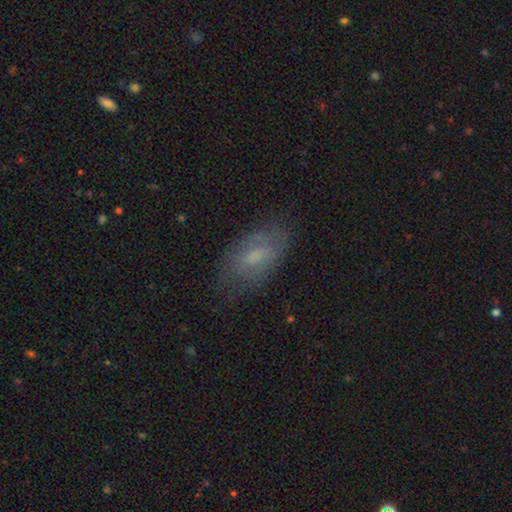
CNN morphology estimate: A smooth galaxy with no disk features (56%) that is in between round and cigar-shaped (88%).

Vote fractions:
- Smooth or featured? smooth: 56% / featured or disk: 35% / star or artifact: 9%
- How rounded? in between: 88% / cigar-shaped: 8% / round: 4%
- Merging? none: 68% / minor disturbance: 22% / major disturbance: 9% / merger: 1%